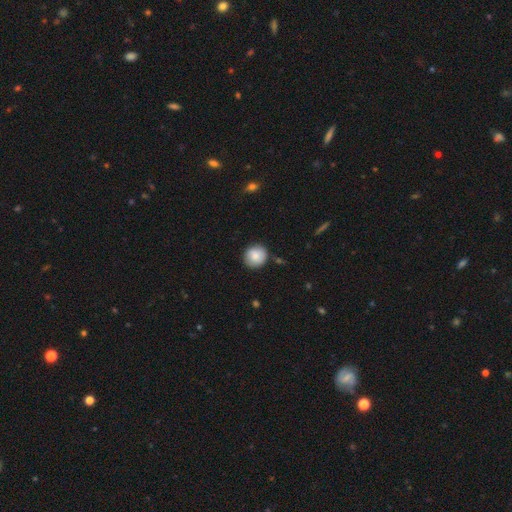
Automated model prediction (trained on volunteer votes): smooth 84%, featured or disk 9%, star or artifact 7%. Down the decision tree: how rounded — round (91%); merging — none (85%).